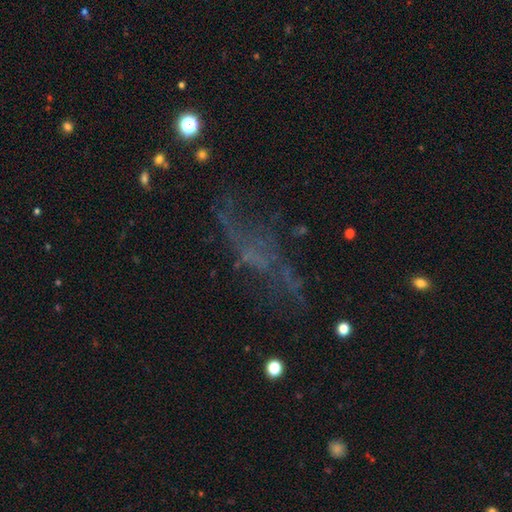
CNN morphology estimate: The model was most divided on "merging": none: 50%, major disturbance: 27%, minor disturbance: 19%, merger: 4%. Remaining: smooth or featured — featured or disk (49%).